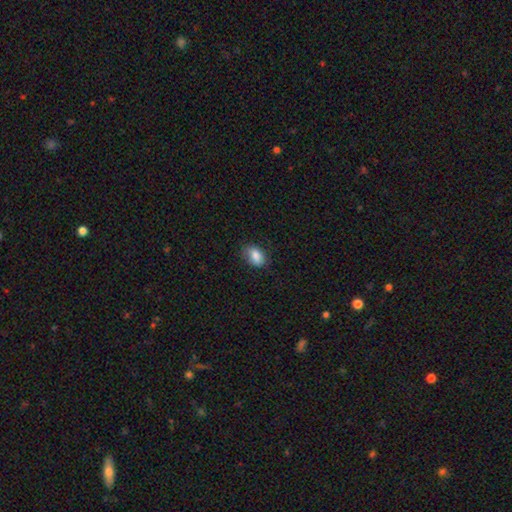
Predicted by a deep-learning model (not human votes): smooth-or-featured: smooth: 84% | star or artifact: 8% | featured or disk: 8%
  how-rounded: in between: 85% | round: 14% | cigar-shaped: 2%
  merging: none: 77% | minor disturbance: 19% | major disturbance: 4% | merger: 1%